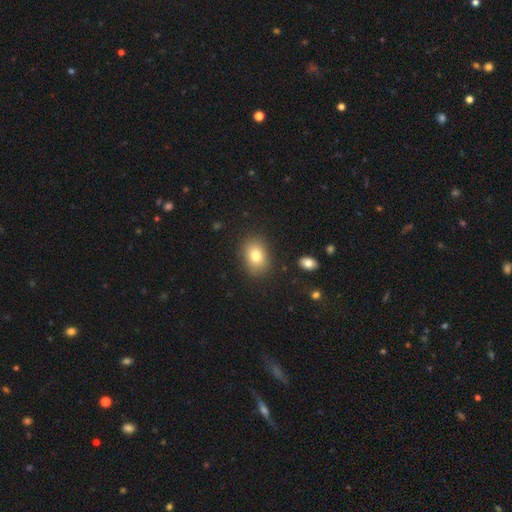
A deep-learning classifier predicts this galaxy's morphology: Smooth or featured? smooth (80%)
How rounded? in between (70%)
Merging? none (85%)